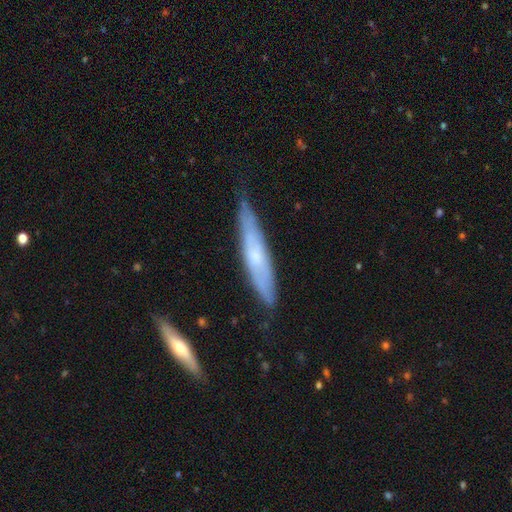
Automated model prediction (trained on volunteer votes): Smooth or featured? Predicted: featured or disk (p=0.49). Merging? Predicted: none (p=0.73).